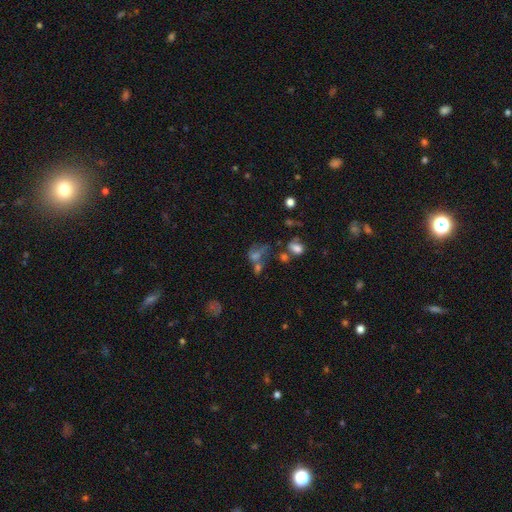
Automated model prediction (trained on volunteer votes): Smooth or featured: smooth — 40% (star or artifact — 31%)
Merging: merger — 36% (none — 30%)